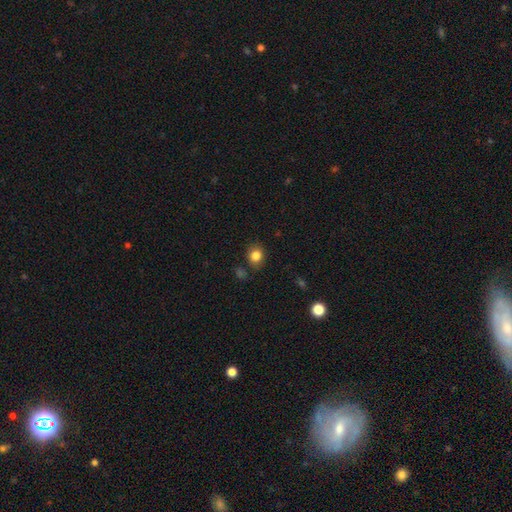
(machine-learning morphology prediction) The model was most divided on "how rounded": round: 66%, in between: 33%, cigar-shaped: 1%. More confident: smooth or featured — smooth (83%); merging — none (80%).